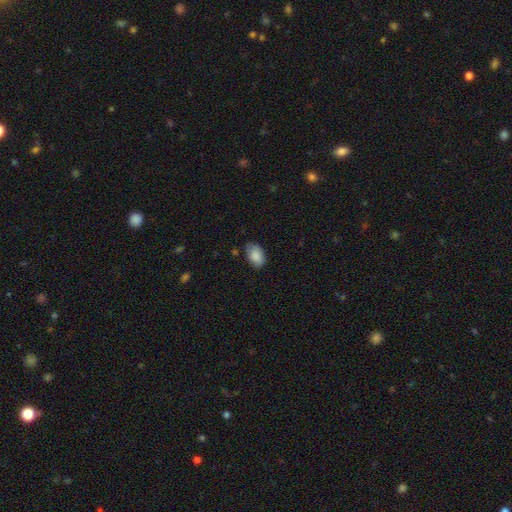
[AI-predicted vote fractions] A smooth galaxy with no disk features (86%) that is in between round and cigar-shaped (89%). Merging: none (71%).